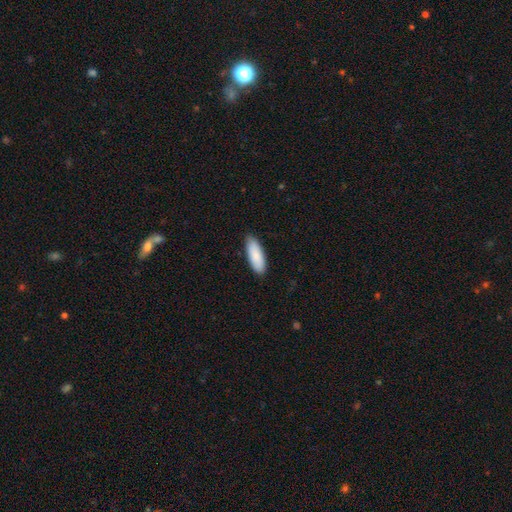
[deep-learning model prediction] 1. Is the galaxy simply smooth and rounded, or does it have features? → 88% smooth, 7% featured or disk, 5% star or artifact.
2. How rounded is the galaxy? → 67% in between, 32% cigar-shaped, 1% round.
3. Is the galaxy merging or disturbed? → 87% none, 11% minor disturbance, 2% major disturbance, 1% merger.